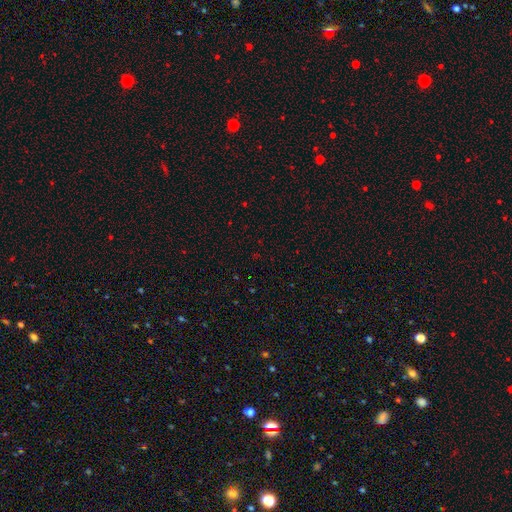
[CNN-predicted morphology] smooth_or_featured: star or artifact (p=0.66) [alt: smooth p=0.26]